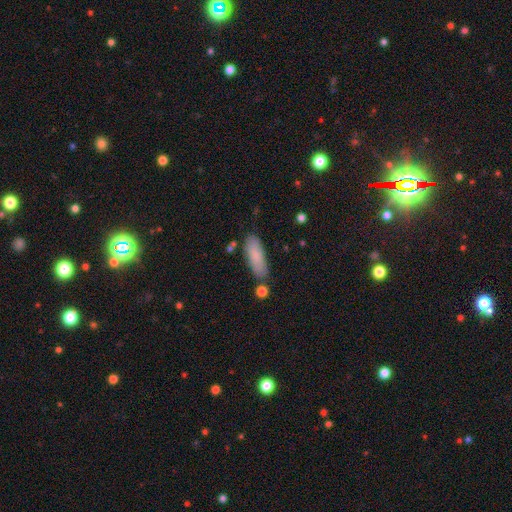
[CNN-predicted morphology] Smooth or featured? smooth (83%)
How rounded? in between (58%)
Merging? none (78%)